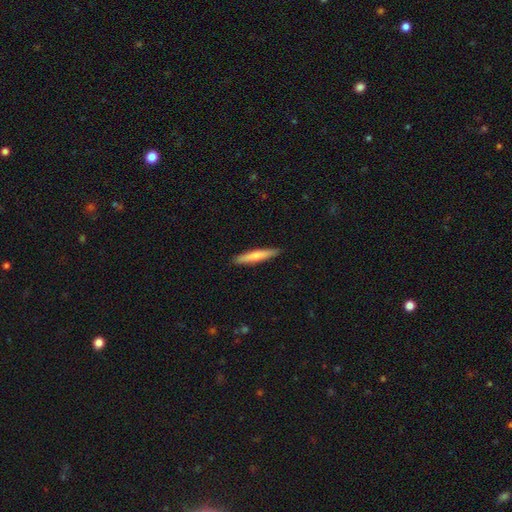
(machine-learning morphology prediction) smooth 70%, featured or disk 24%, star or artifact 5%. Down the decision tree: how rounded — cigar-shaped (94%); merging — none (91%).